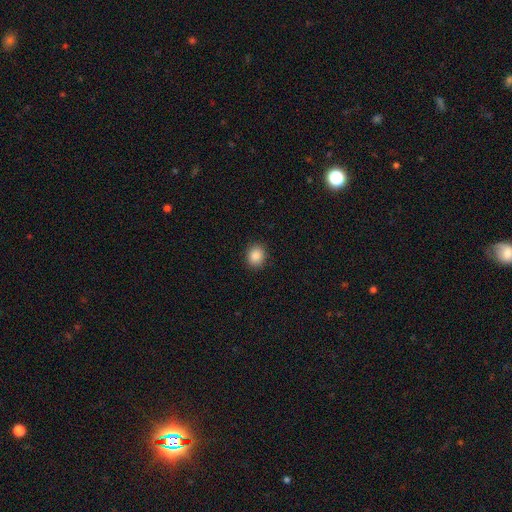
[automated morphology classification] Q: Smooth or featured?
A: smooth (88%); runner-up: star or artifact (9%)
Q: How rounded?
A: round (67%); runner-up: in between (32%)
Q: Merging?
A: none (90%); runner-up: minor disturbance (7%)